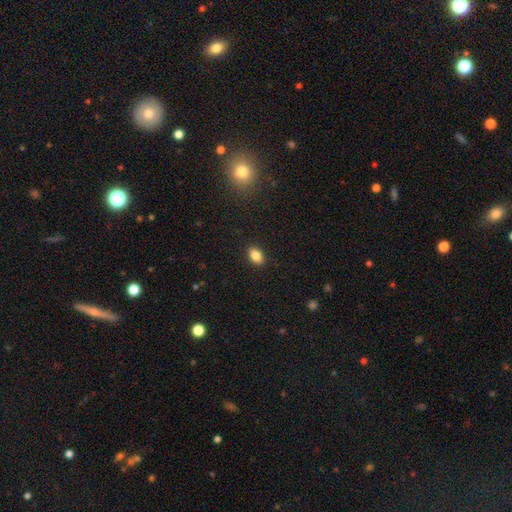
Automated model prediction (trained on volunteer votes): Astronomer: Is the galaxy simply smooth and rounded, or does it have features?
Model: smooth — 85%.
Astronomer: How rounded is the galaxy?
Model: in between — 86%.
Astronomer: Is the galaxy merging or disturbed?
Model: none — 89%.